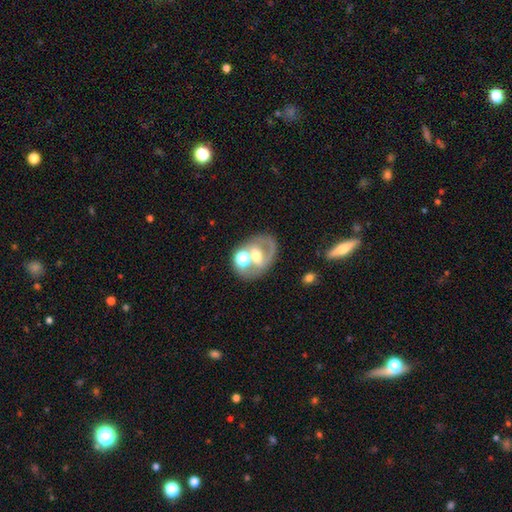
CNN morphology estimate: Smooth or featured? Predicted: featured or disk (p=0.60). Edge-on disk? Predicted: no (p=0.95). Bar? Predicted: no (p=0.44). Spiral arms? Predicted: no (p=0.52). Bulge size? Predicted: moderate (p=0.62). Merging? Predicted: none (p=0.51).